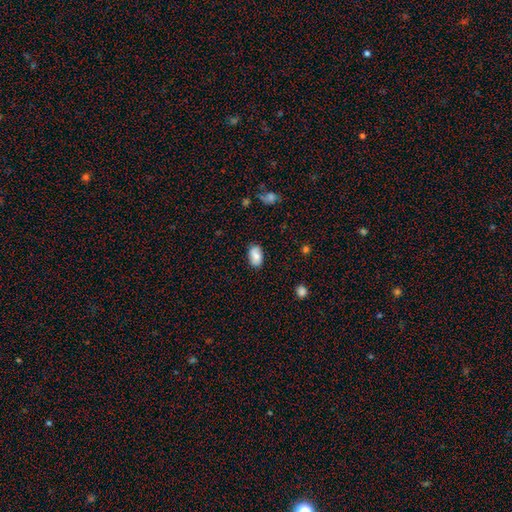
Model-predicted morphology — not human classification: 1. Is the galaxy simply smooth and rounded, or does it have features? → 79% smooth, 14% featured or disk, 7% star or artifact.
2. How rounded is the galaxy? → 92% in between, 6% round, 2% cigar-shaped.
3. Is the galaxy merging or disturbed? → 83% none, 13% minor disturbance, 3% major disturbance, 1% merger.